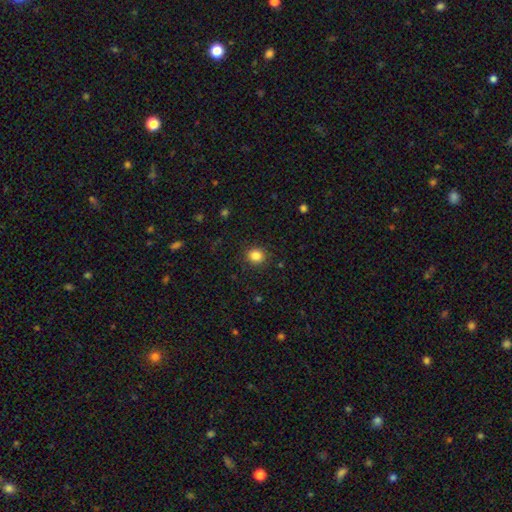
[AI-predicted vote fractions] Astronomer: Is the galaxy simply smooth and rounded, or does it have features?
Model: smooth — 85%.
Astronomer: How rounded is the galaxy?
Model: round — 86%.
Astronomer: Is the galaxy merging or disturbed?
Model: none — 90%.